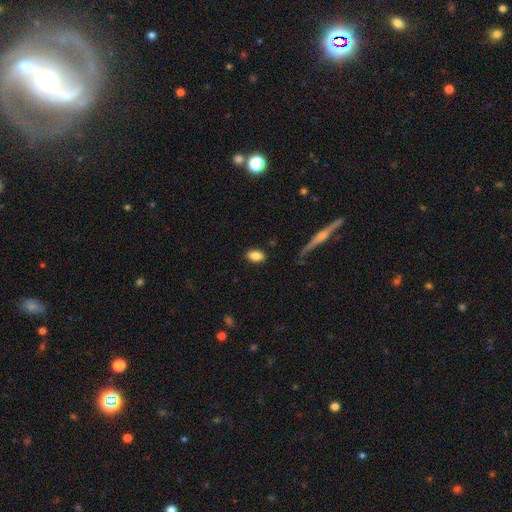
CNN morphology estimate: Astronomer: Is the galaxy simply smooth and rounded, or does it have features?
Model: smooth — 86%.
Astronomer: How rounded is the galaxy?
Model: in between — 88%.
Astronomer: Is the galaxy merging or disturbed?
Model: none — 87%.